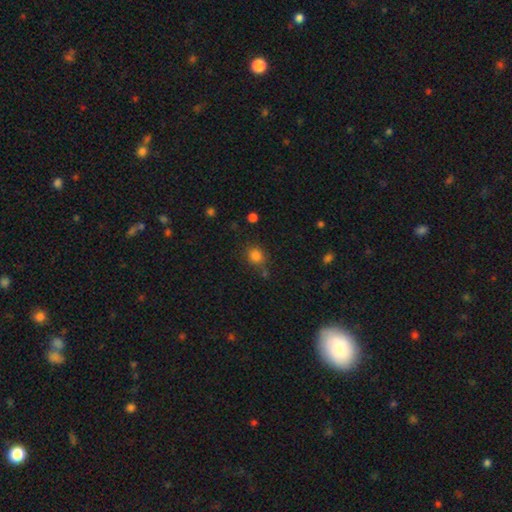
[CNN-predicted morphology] A smooth galaxy with no disk features (82%) that is round (78%). Merging: none (73%).